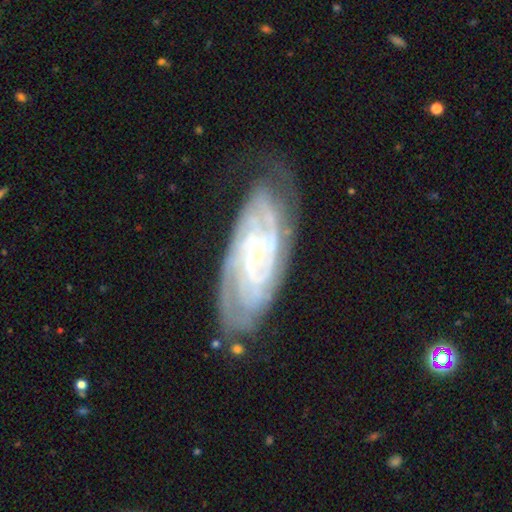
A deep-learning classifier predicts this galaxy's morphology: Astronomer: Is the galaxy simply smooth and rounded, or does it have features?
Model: featured or disk — 88%.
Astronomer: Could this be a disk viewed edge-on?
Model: no — 94%.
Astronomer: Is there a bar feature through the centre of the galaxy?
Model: no — 62%.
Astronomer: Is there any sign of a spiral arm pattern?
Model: yes — 98%.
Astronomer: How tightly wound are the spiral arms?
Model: tight — 73%.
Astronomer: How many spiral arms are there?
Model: can't tell — 23%, tied with 3 at 23%.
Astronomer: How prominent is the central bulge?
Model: small — 82%.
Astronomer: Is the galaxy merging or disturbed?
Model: none — 72%.